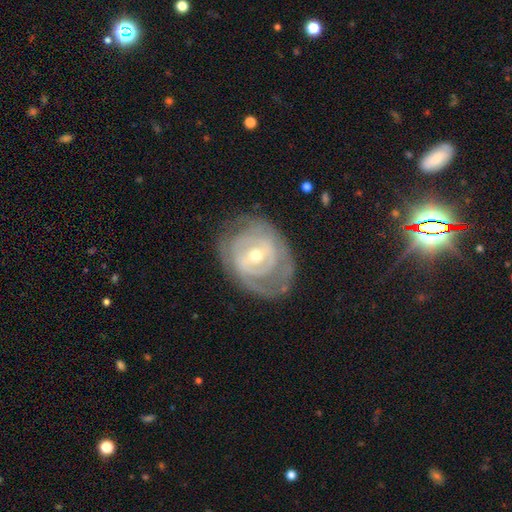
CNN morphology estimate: smooth_or_featured: featured or disk (p=0.77) [alt: smooth p=0.18]
disk_edge_on: no (p=0.96) [alt: yes p=0.04]
bar: weak (p=0.42) [alt: no p=0.36]
has_spiral_arms: yes (p=0.68) [alt: no p=0.32]
spiral_winding: tight (p=0.65) [alt: medium p=0.25]
spiral_arm_count: can't tell (p=0.42) [alt: 2 p=0.36]
bulge_size: moderate (p=0.55) [alt: small p=0.41]
merging: none (p=0.68) [alt: minor disturbance p=0.19]